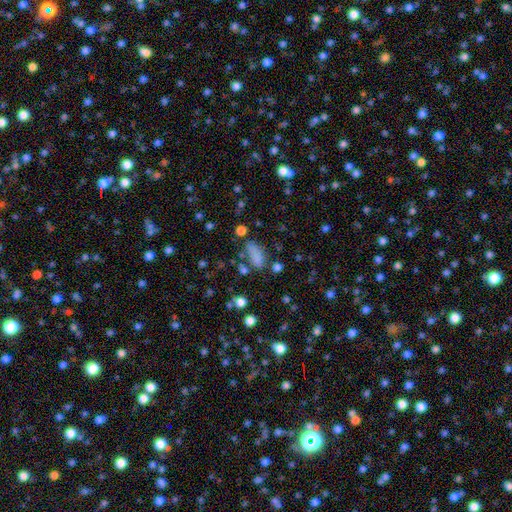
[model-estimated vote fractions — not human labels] Q: Smooth or featured?
A: smooth (78%); runner-up: star or artifact (14%)
Q: How rounded?
A: in between (81%); runner-up: cigar-shaped (14%)
Q: Merging?
A: none (55%); runner-up: minor disturbance (23%)